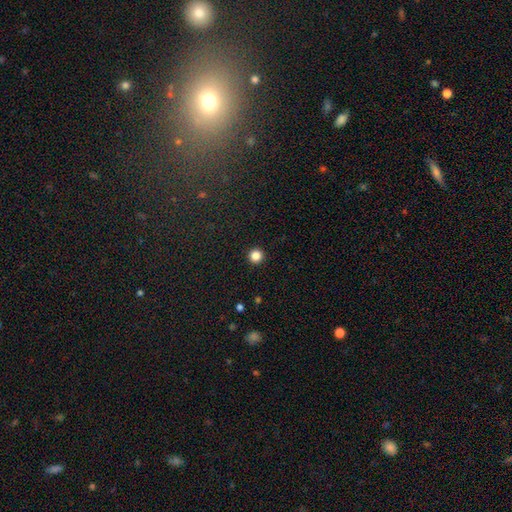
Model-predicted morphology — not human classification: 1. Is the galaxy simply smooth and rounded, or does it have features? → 85% smooth, 12% star or artifact, 3% featured or disk.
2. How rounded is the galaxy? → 96% round, 3% in between, 1% cigar-shaped.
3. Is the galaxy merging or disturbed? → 94% none, 4% minor disturbance, 1% major disturbance, 1% merger.